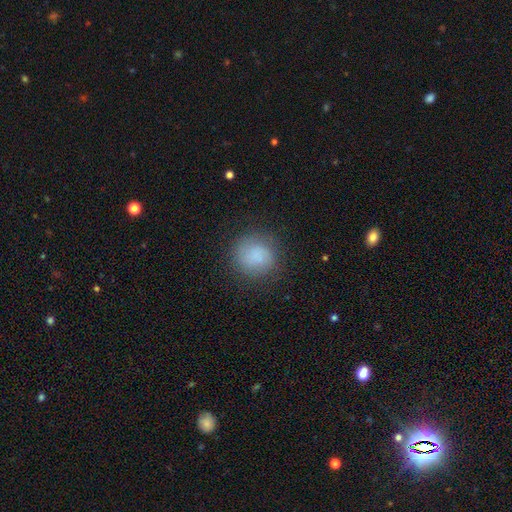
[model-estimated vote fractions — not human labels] A smooth galaxy with no disk features (80%) that is round (90%).

Vote fractions:
- Smooth or featured? smooth: 80% / featured or disk: 12% / star or artifact: 9%
- How rounded? round: 90% / in between: 9% / cigar-shaped: 1%
- Merging? none: 81% / minor disturbance: 12% / major disturbance: 5% / merger: 1%